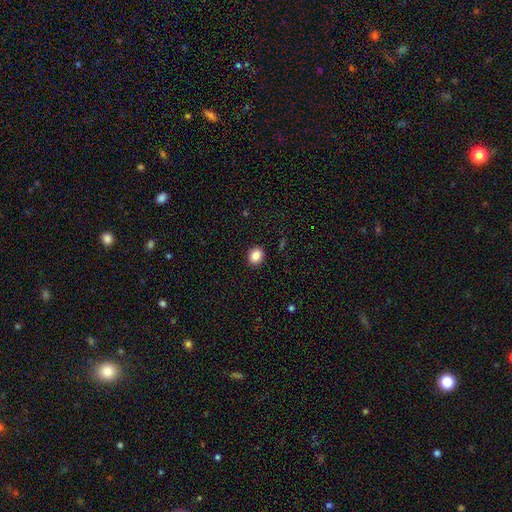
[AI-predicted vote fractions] A smooth galaxy with no disk features (86%) that is round (66%). Merging: none (91%).